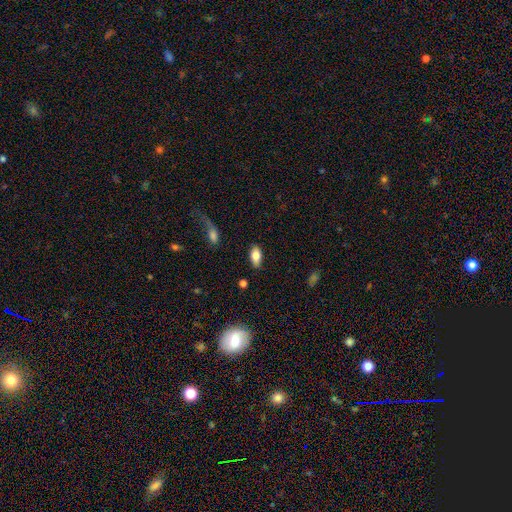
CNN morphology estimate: This is likely a smooth galaxy (76%). How rounded: clearly in between (90%). Merging: clearly none (84%).